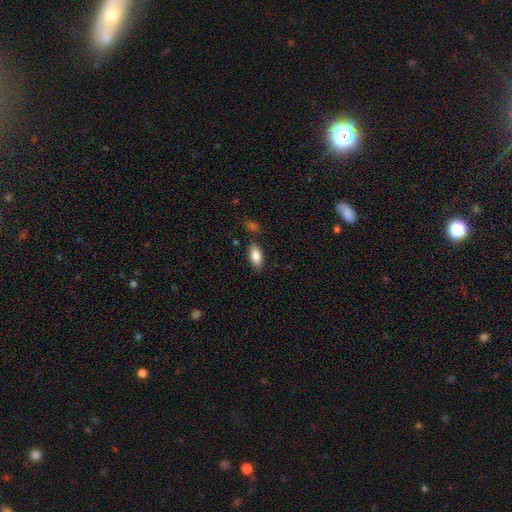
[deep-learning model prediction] Smooth or featured? Predicted: smooth (p=0.86). How rounded? Predicted: in between (p=0.89). Merging? Predicted: none (p=0.81).